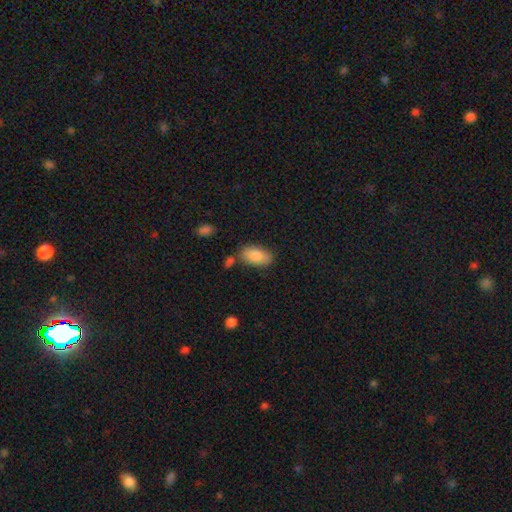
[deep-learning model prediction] This is clearly a smooth galaxy (83%). How rounded: clearly in between (93%). Merging: likely none (74%).